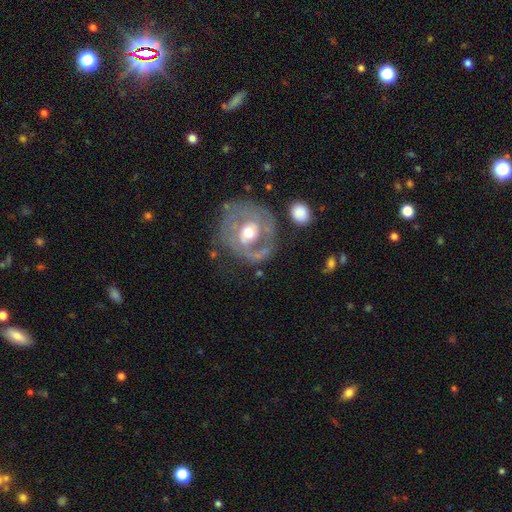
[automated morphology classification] A featured or disk galaxy (77%) with no bar (56%), 2 (40%) tight (54%) spiral arms (71%) and a moderate central bulge (73%).

Vote fractions:
- Smooth or featured? featured or disk: 77% / smooth: 17% / star or artifact: 6%
- Edge-on disk? no: 97% / yes: 3%
- Bar? no: 56% / weak: 32% / strong: 12%
- Spiral arms? yes: 71% / no: 29%
- Spiral winding? tight: 54% / medium: 32% / loose: 14%
- Spiral arm count? 2: 40% / 1: 26% / can't tell: 24% / 3: 6% / 4: 2% / more than 4: 2%
- Bulge size? moderate: 73% / small: 18% / large: 7% / none: 1% / dominant: 1%
- Merging? none: 60% / minor disturbance: 20% / major disturbance: 15% / merger: 4%